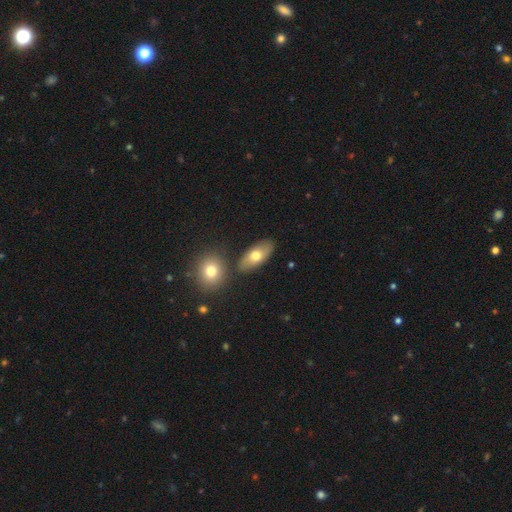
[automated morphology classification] This is likely a smooth galaxy (68%). How rounded: clearly in between (87%). Merging: likely none (80%).